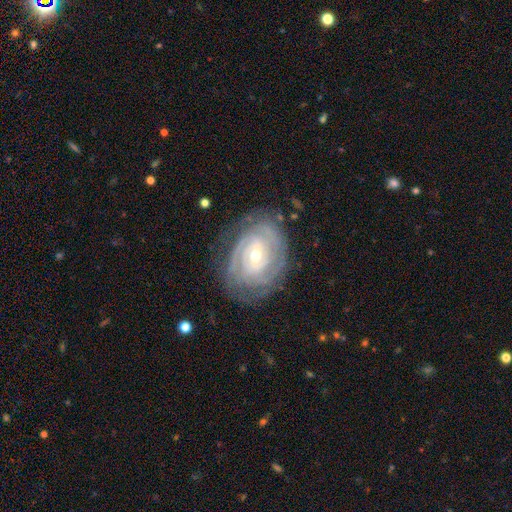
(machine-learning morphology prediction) Smooth or featured?
  - featured or disk: 88% *
  - smooth: 7%
  - star or artifact: 5%
Edge-on disk?
  - no: 96% *
  - yes: 4%
Bar?
  - weak: 44% *
  - no: 36%
  - strong: 19%
Spiral arms?
  - yes: 96% *
  - no: 4%
Spiral winding?
  - tight: 81% *
  - medium: 16%
  - loose: 3%
Spiral arm count?
  - can't tell: 32% *
  - 2: 23%
  - 3: 20%
  - 4: 14%
  - more than 4: 6%
  - 1: 5%
Bulge size?
  - small: 52% *
  - moderate: 45%
  - large: 2%
  - none: 1%
  - dominant: 1%
Merging?
  - none: 77% *
  - minor disturbance: 16%
  - major disturbance: 6%
  - merger: 1%